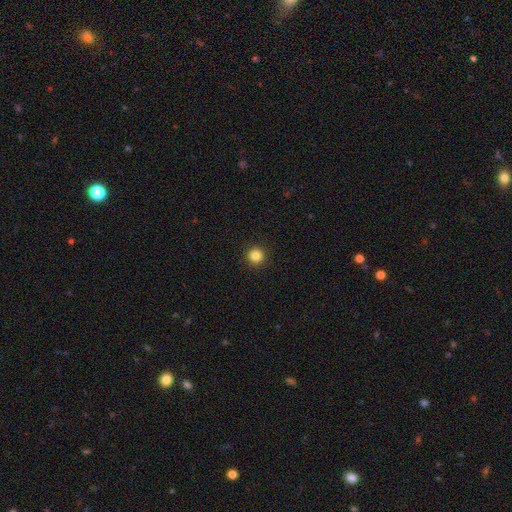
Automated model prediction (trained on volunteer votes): Overall: smooth (84%). How rounded: round (96%). Merging: none (93%).